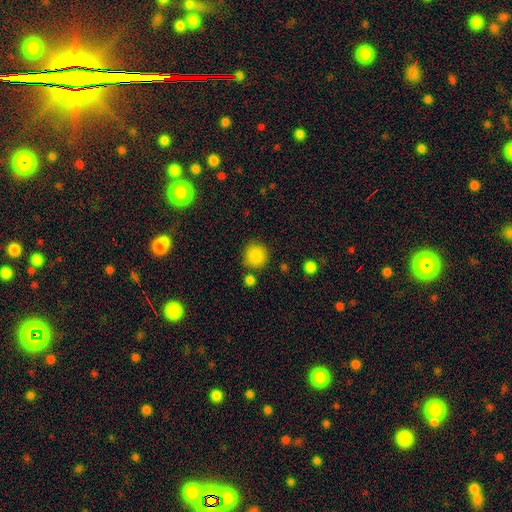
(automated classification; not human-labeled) Overall: smooth (87%). How rounded: round (92%). Merging: none (80%).